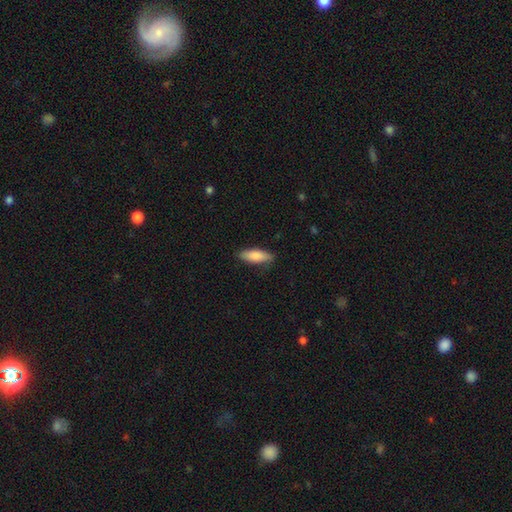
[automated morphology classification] Smooth or featured?
  - smooth: 83% *
  - featured or disk: 12%
  - star or artifact: 5%
How rounded?
  - in between: 60% *
  - cigar-shaped: 38%
  - round: 2%
Merging?
  - none: 84% *
  - minor disturbance: 13%
  - major disturbance: 2%
  - merger: 1%